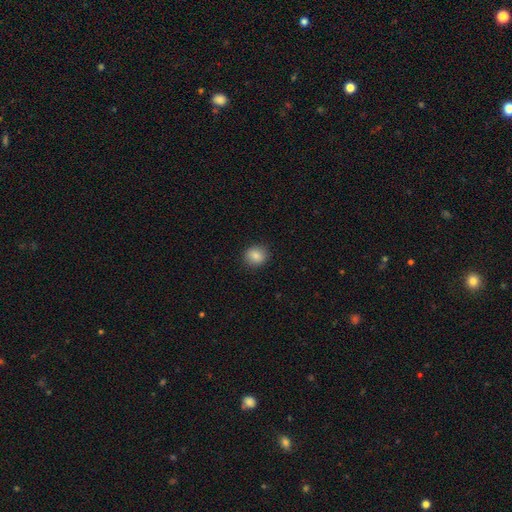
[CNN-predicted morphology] A smooth galaxy with no disk features (85%) that is round (82%).

Vote fractions:
- Smooth or featured? smooth: 85% / star or artifact: 10% / featured or disk: 6%
- How rounded? round: 82% / in between: 17% / cigar-shaped: 1%
- Merging? none: 90% / minor disturbance: 7% / major disturbance: 2% / merger: 1%